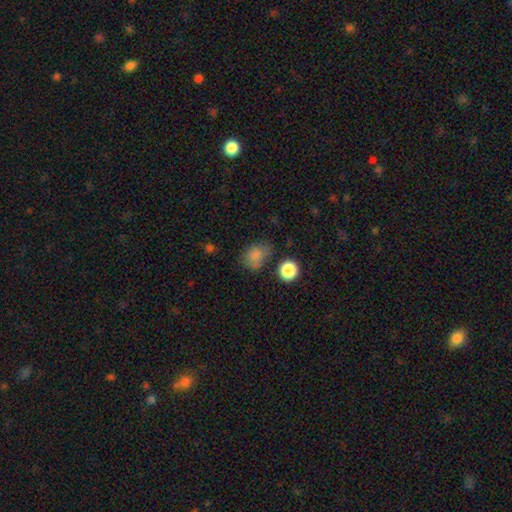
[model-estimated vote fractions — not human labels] smooth 79%, star or artifact 14%, featured or disk 7%. Down the decision tree: how rounded — in between (58%); merging — none (53%).